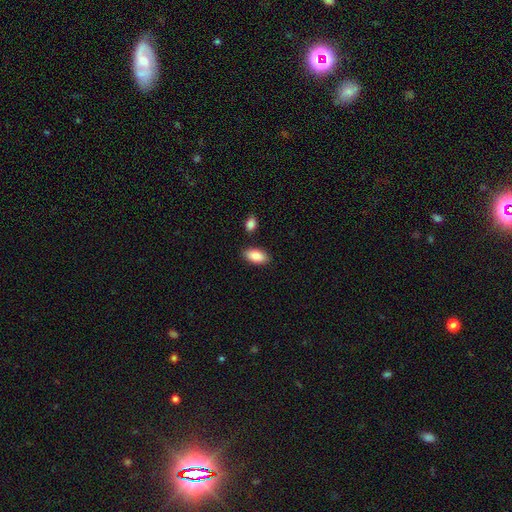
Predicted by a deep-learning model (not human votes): Morphology: type=smooth (87%); roundness=in between (94%); merging=none (85%).